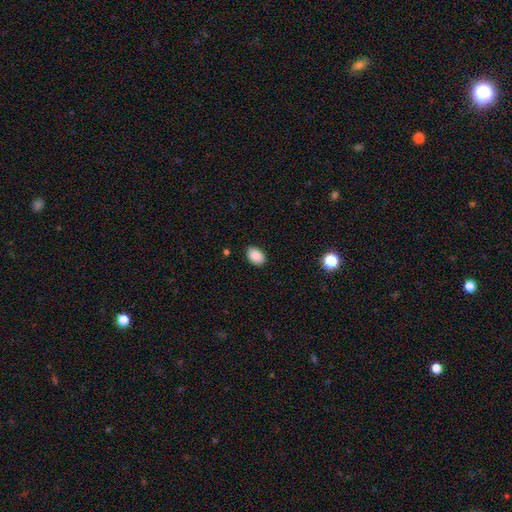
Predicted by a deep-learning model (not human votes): smooth 89%, star or artifact 8%, featured or disk 4%. Down the decision tree: how rounded — in between (86%); merging — none (88%).